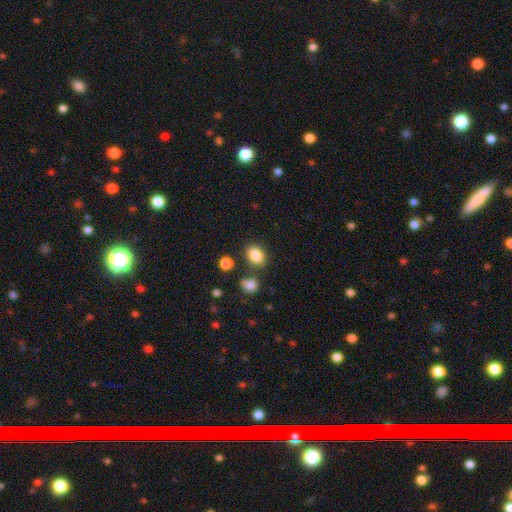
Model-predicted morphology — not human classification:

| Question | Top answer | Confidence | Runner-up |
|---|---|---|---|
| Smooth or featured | smooth | 85% | star or artifact (9%) |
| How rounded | in between | 66% | round (33%) |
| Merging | none | 74% | minor disturbance (13%) |